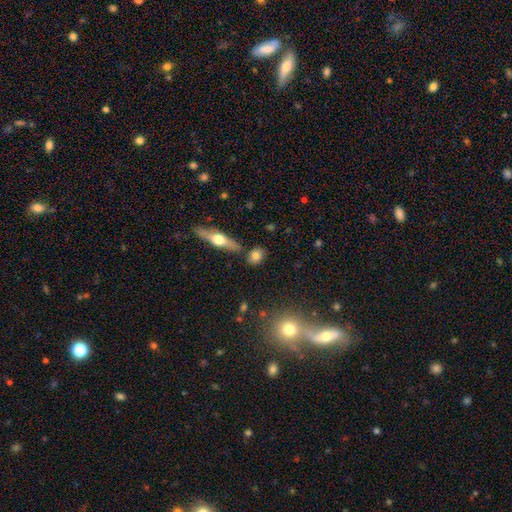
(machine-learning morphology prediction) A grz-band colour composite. It shows a smooth galaxy with no disk features (75%) that is round (48%). Merging: none (79%).